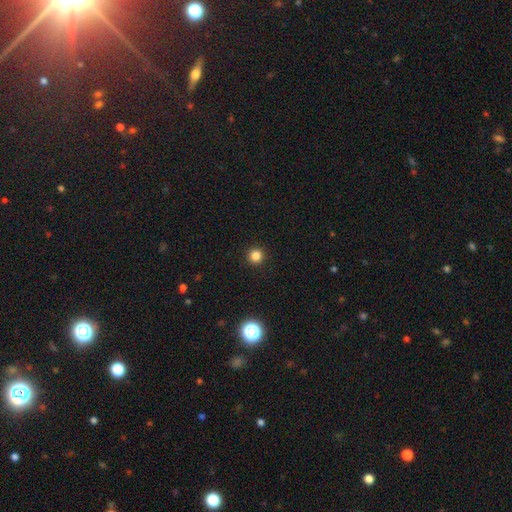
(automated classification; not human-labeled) A smooth galaxy with no disk features (83%) that is round (96%).

Vote fractions:
- Smooth or featured? smooth: 83% / star or artifact: 14% / featured or disk: 4%
- How rounded? round: 96% / in between: 3% / cigar-shaped: 1%
- Merging? none: 93% / minor disturbance: 4% / major disturbance: 2% / merger: 1%